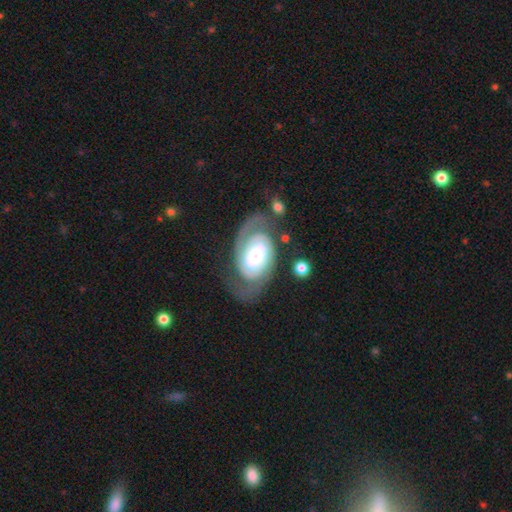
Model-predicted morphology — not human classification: Overall: featured or disk (86%). Edge-on disk: no (96%). Bar: no (72%). Spiral arms: yes (95%). Spiral arm count: 2 (80%). Spiral winding: tight (63%; medium 28%). Bulge size: moderate (47%; small 38%). Merging: none (64%).